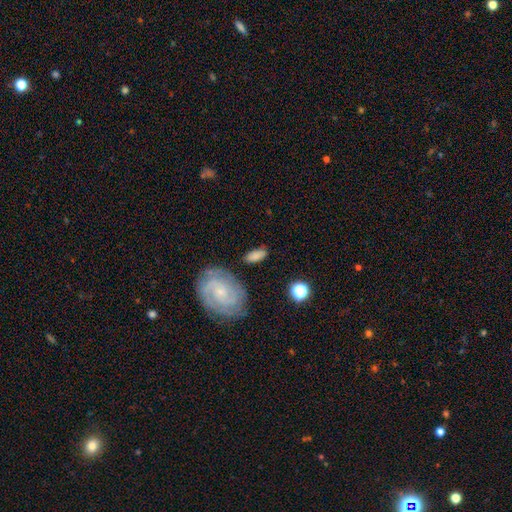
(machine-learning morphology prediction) The model was most divided on "smooth or featured": smooth: 64%, featured or disk: 28%, star or artifact: 8%. More confident: how rounded — in between (83%); merging — none (76%).